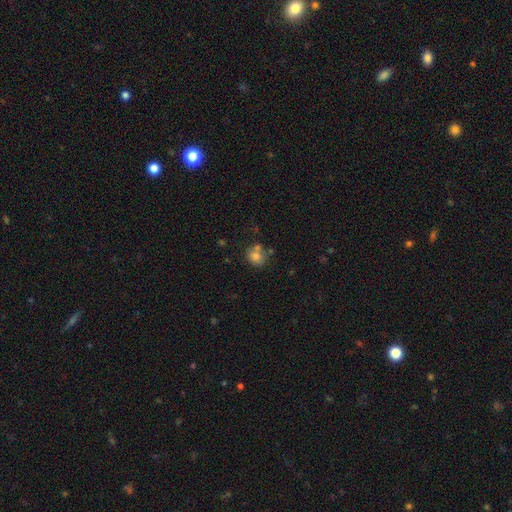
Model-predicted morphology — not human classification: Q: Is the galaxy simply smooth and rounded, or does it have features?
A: smooth — 76%.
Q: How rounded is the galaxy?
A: round — 67%.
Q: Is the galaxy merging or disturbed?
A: none — 57%.